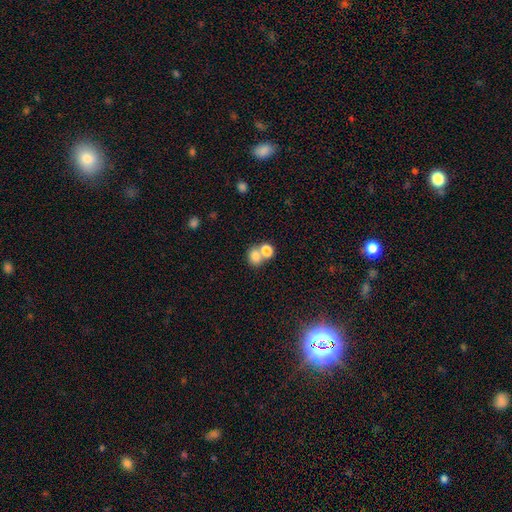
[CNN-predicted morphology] Smooth or featured? smooth (78%)
How rounded? round (58%)
Merging? merger (55%)